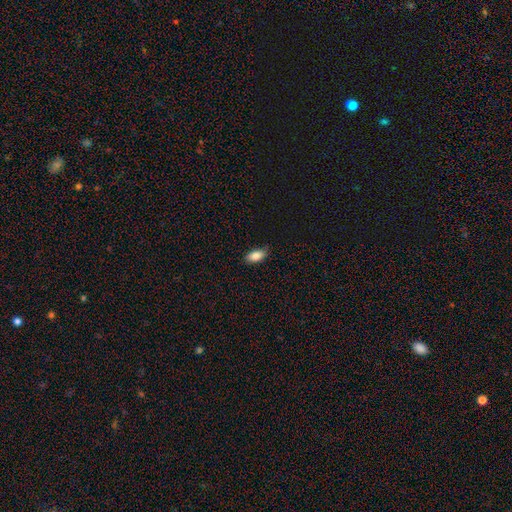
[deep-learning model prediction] smooth_or_featured: smooth (p=0.86) [alt: star or artifact p=0.07]
how_rounded: in between (p=0.90) [alt: cigar-shaped p=0.07]
merging: none (p=0.80) [alt: minor disturbance p=0.16]